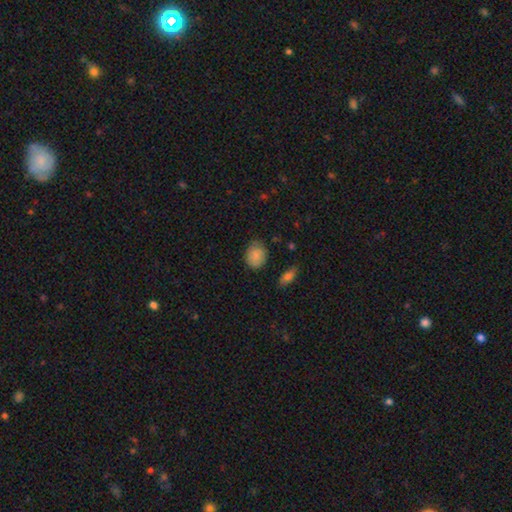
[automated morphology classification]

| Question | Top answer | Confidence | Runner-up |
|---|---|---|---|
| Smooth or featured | smooth | 86% | star or artifact (8%) |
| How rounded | in between | 53% | round (46%) |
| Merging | none | 72% | minor disturbance (22%) |